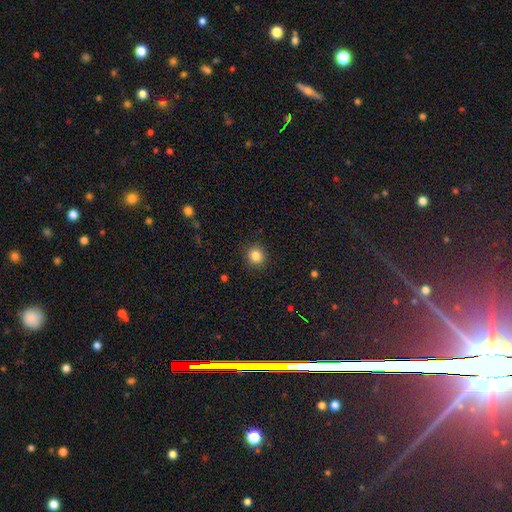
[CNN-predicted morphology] Smooth or featured? smooth (84%)
How rounded? round (93%)
Merging? none (91%)